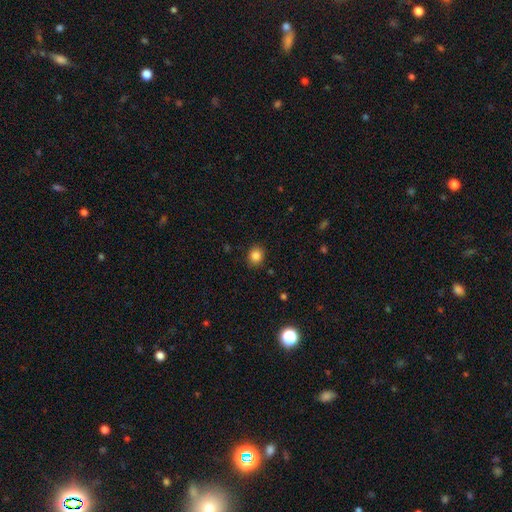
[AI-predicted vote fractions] Q: Smooth or featured?
A: smooth (85%); runner-up: star or artifact (11%)
Q: How rounded?
A: round (75%); runner-up: in between (24%)
Q: Merging?
A: none (89%); runner-up: minor disturbance (8%)